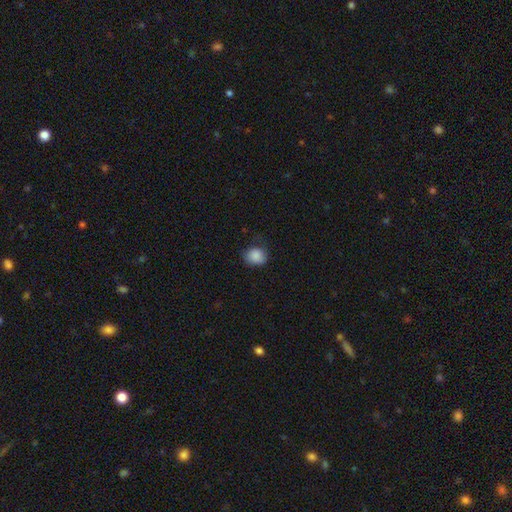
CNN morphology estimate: The model was most divided on "how rounded": round: 66%, in between: 33%, cigar-shaped: 1%. More confident: smooth or featured — smooth (87%); merging — none (66%).